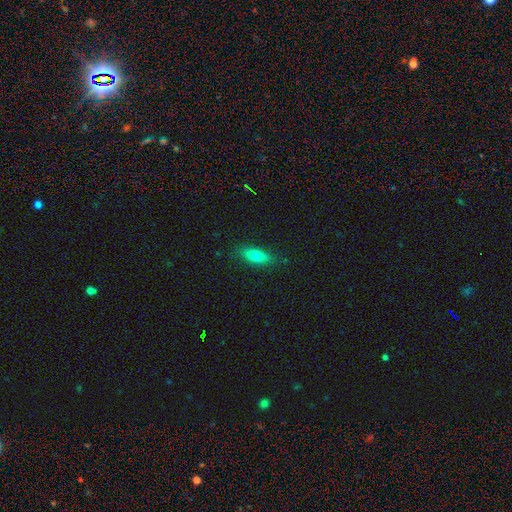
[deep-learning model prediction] Smooth or featured: smooth — 76% (featured or disk — 16%)
How rounded: in between — 67% (cigar-shaped — 30%)
Merging: none — 84% (minor disturbance — 12%)